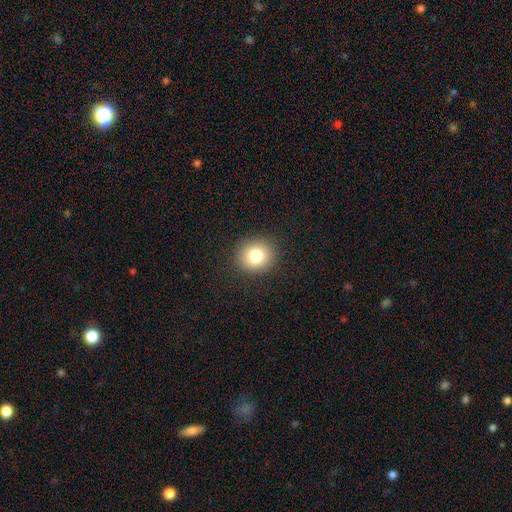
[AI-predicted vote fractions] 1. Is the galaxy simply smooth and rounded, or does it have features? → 80% smooth, 12% star or artifact, 8% featured or disk.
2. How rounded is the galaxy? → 87% round, 12% in between, 1% cigar-shaped.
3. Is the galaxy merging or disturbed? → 90% none, 6% minor disturbance, 2% major disturbance, 1% merger.